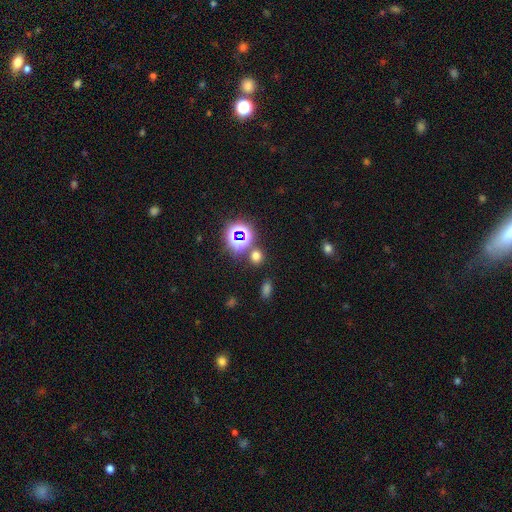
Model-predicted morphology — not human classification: smooth-or-featured: smooth: 60% | star or artifact: 35% | featured or disk: 6%
  how-rounded: round: 77% | in between: 21% | cigar-shaped: 1%
  merging: none: 78% | merger: 11% | minor disturbance: 8% | major disturbance: 3%